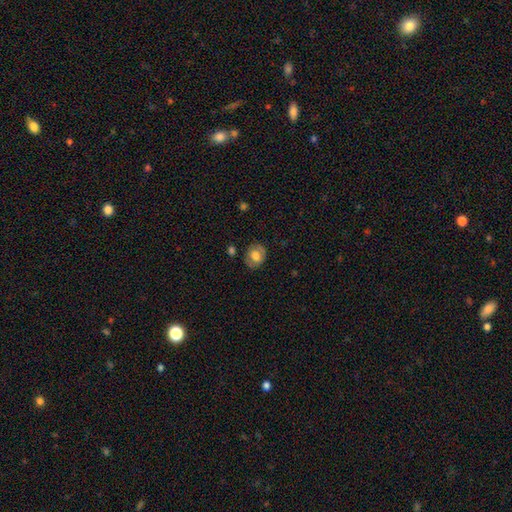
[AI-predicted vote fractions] Smooth or featured: smooth — 67% (featured or disk — 25%)
How rounded: round — 54% (in between — 45%)
Merging: none — 80% (minor disturbance — 14%)